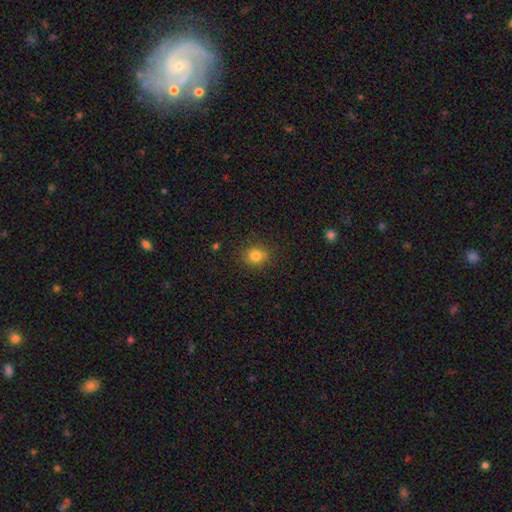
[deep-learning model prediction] smooth 80%, star or artifact 13%, featured or disk 6%. Down the decision tree: how rounded — round (83%); merging — none (83%).